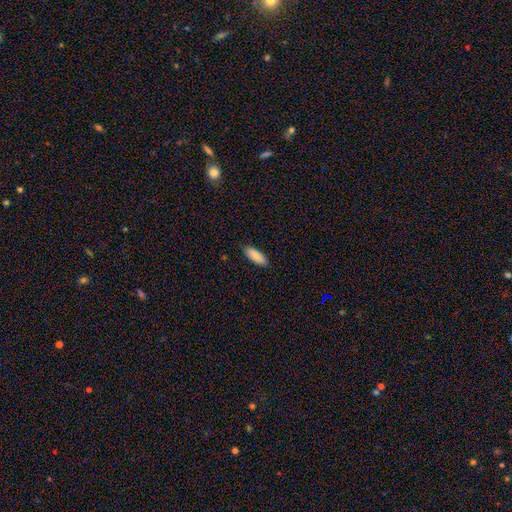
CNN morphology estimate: This appears to be a smooth galaxy with no disk features (90%) that is in between round and cigar-shaped (72%). Merging: none (87%).